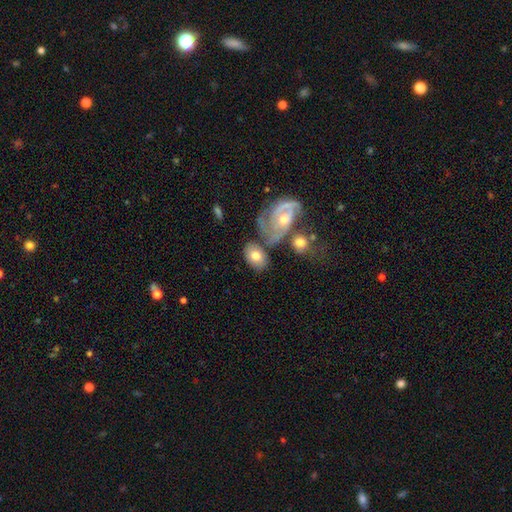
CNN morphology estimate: A smooth galaxy with no disk features (63%) that is in between round and cigar-shaped (83%).

Vote fractions:
- Smooth or featured? smooth: 63% / featured or disk: 31% / star or artifact: 7%
- How rounded? in between: 83% / round: 16% / cigar-shaped: 1%
- Merging? none: 52% / merger: 22% / minor disturbance: 18% / major disturbance: 9%